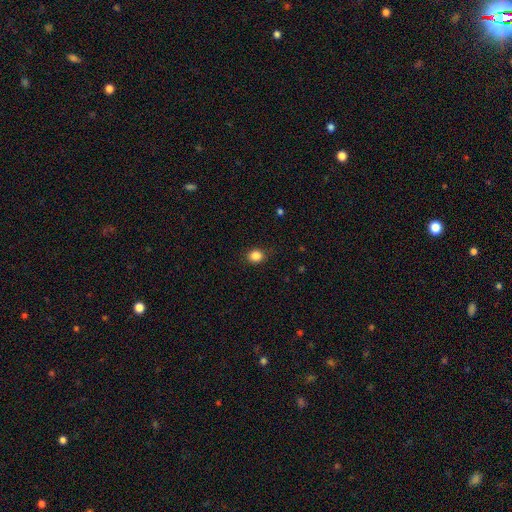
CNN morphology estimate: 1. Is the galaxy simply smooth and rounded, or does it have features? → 85% smooth, 11% star or artifact, 4% featured or disk.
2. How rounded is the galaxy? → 72% round, 27% in between, 1% cigar-shaped.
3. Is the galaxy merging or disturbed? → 86% none, 11% minor disturbance, 3% major disturbance, 1% merger.